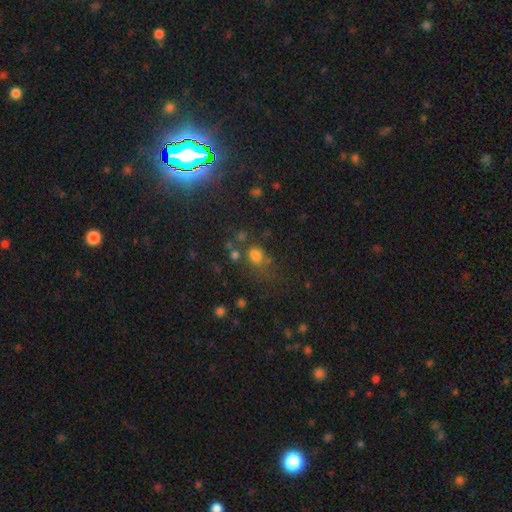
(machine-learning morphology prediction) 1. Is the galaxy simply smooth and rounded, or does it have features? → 66% smooth, 25% star or artifact, 9% featured or disk.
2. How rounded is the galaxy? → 51% round, 46% in between, 3% cigar-shaped.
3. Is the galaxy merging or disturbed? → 53% none, 18% minor disturbance, 16% merger, 13% major disturbance.